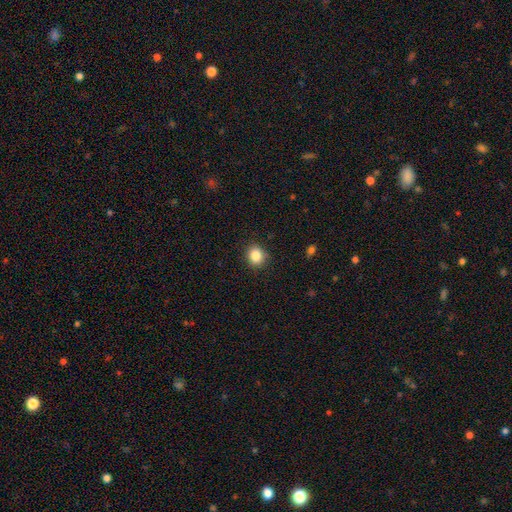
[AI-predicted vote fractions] smooth-or-featured: smooth: 85% | star or artifact: 10% | featured or disk: 5%
  how-rounded: round: 75% | in between: 25% | cigar-shaped: 1%
  merging: none: 87% | minor disturbance: 10% | major disturbance: 2% | merger: 1%